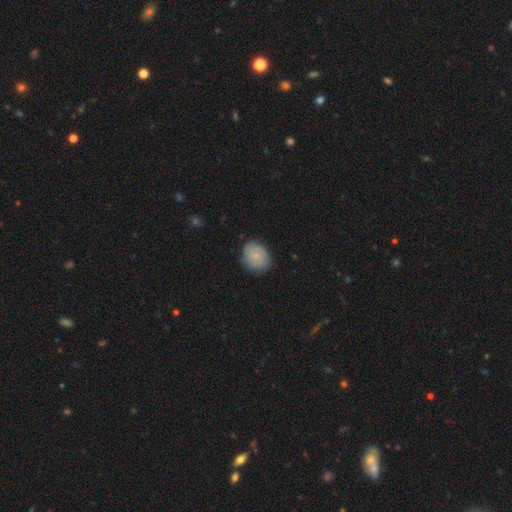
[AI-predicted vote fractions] Smooth or featured? Predicted: smooth (p=0.66). How rounded? Predicted: round (p=0.56). Merging? Predicted: none (p=0.80).